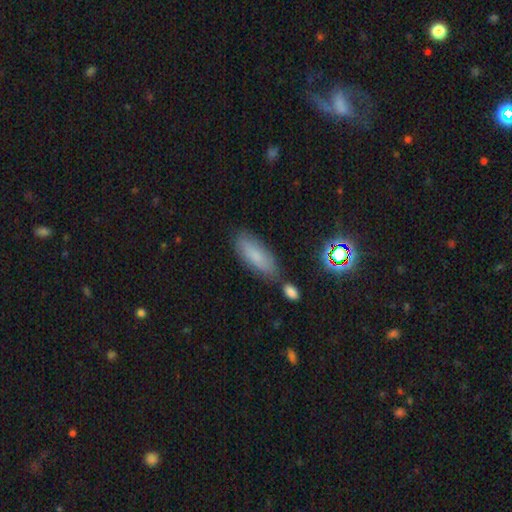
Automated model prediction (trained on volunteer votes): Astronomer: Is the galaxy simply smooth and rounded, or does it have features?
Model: smooth — 75%.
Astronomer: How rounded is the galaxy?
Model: in between — 70%.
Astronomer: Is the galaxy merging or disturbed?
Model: none — 73%.